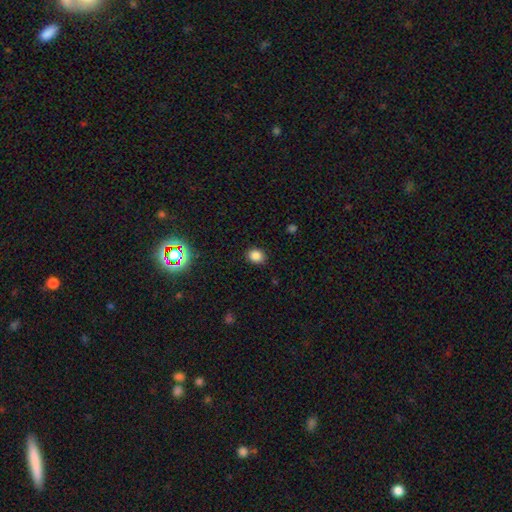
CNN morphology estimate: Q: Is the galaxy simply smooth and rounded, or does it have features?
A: smooth — 83%.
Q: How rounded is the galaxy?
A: round — 58%.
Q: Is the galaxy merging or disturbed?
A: none — 87%.